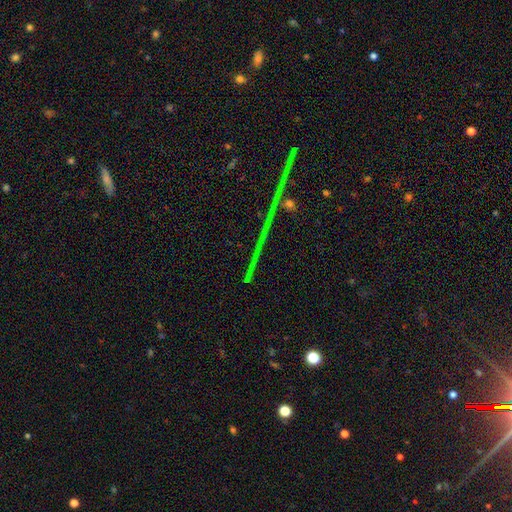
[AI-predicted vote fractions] Smooth or featured?
  - star or artifact: 73% *
  - featured or disk: 17%
  - smooth: 11%